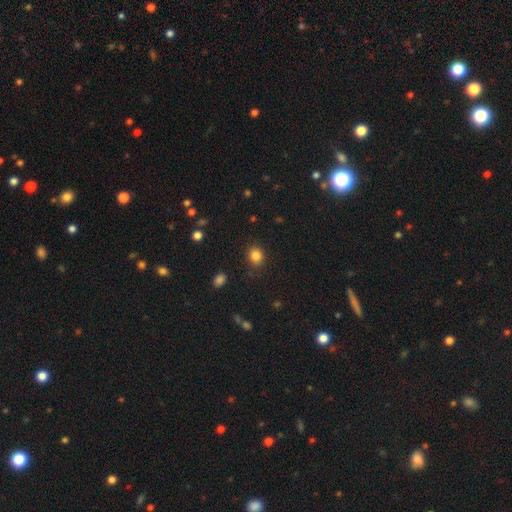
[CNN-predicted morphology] This appears to be a smooth galaxy with no disk features (84%) that is round (73%). Merging: none (85%).